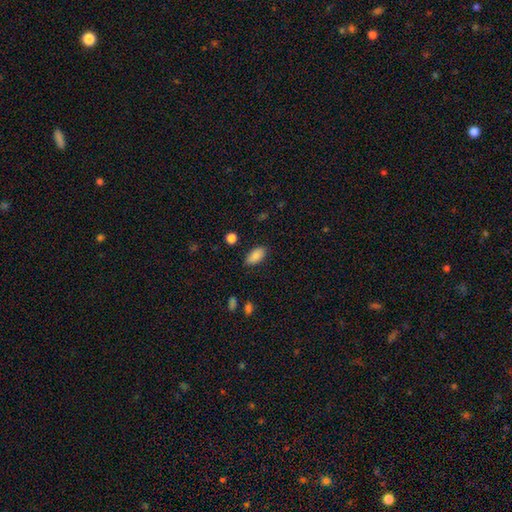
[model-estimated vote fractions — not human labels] A smooth galaxy with no disk features (87%) that is in between round and cigar-shaped (92%).

Vote fractions:
- Smooth or featured? smooth: 87% / star or artifact: 8% / featured or disk: 6%
- How rounded? in between: 92% / cigar-shaped: 5% / round: 3%
- Merging? none: 84% / minor disturbance: 11% / major disturbance: 3% / merger: 2%